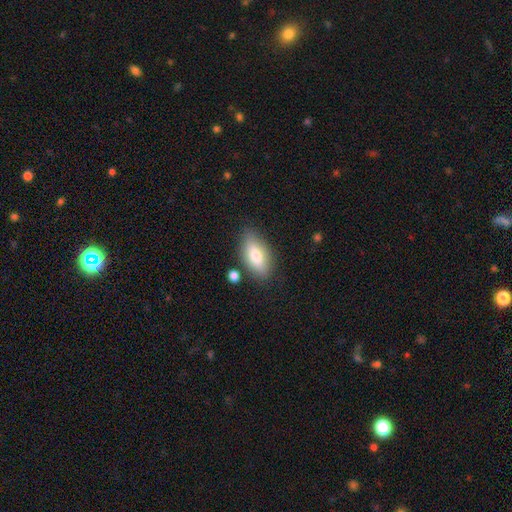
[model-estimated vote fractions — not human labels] Q: Smooth or featured?
A: smooth (70%); runner-up: featured or disk (23%)
Q: How rounded?
A: in between (83%); runner-up: cigar-shaped (13%)
Q: Merging?
A: none (80%); runner-up: minor disturbance (13%)